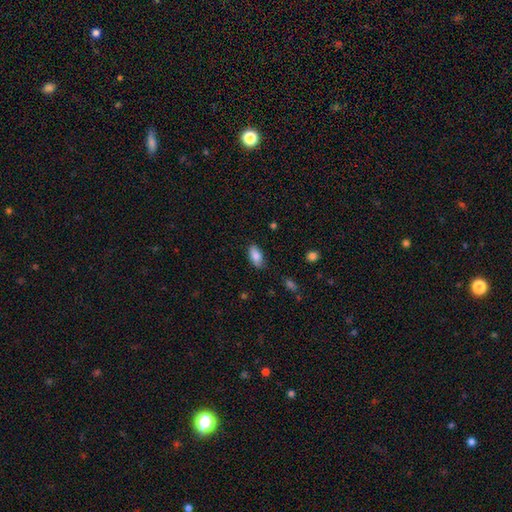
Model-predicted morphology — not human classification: Smooth or featured? Predicted: smooth (p=0.84). How rounded? Predicted: in between (p=0.91). Merging? Predicted: none (p=0.83).